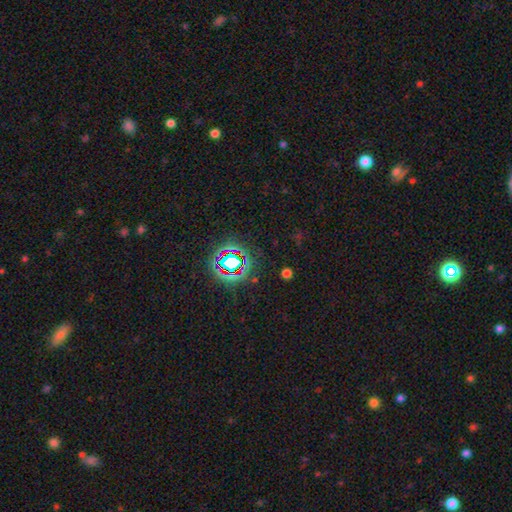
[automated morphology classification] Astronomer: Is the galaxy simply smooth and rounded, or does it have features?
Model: star or artifact — 75%.